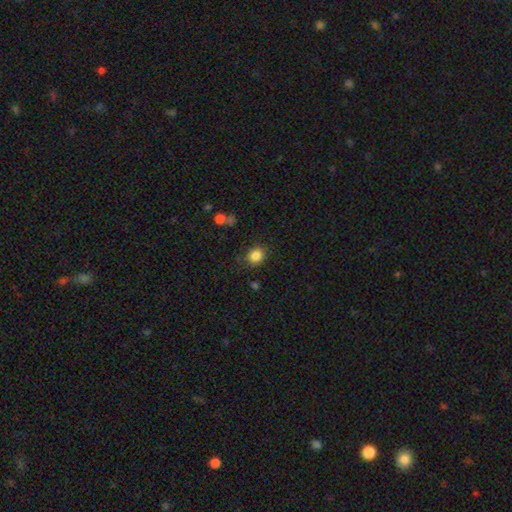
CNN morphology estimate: Smooth or featured: smooth — 85% (star or artifact — 10%)
How rounded: round — 75% (in between — 24%)
Merging: none — 82% (minor disturbance — 13%)